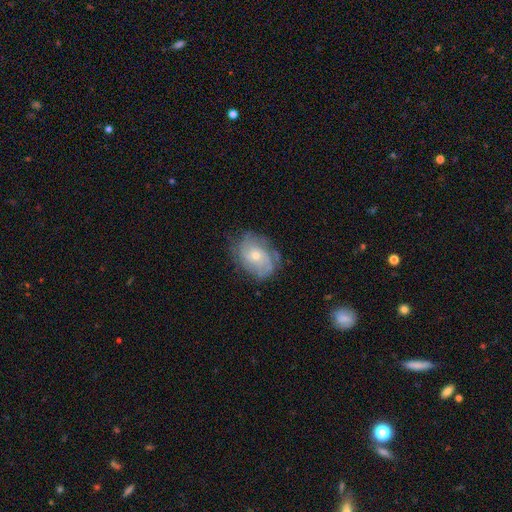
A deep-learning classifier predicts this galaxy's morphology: featured or disk 73%, smooth 19%, star or artifact 8%. Down the decision tree: edge-on disk — no (97%); bar — no (73%); spiral arms — yes (90%); spiral arm count — can't tell (39%); spiral winding — tight (53%); bulge size — small (51%); merging — none (71%).